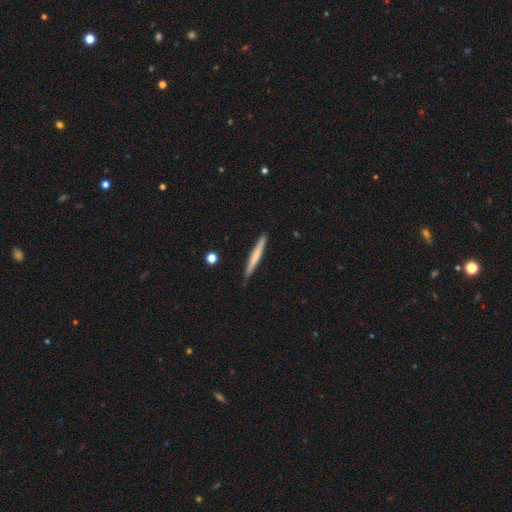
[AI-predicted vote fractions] The model was most divided on "smooth or featured": smooth: 60%, featured or disk: 35%, star or artifact: 5%. More confident: how rounded — cigar-shaped (96%); merging — none (88%).